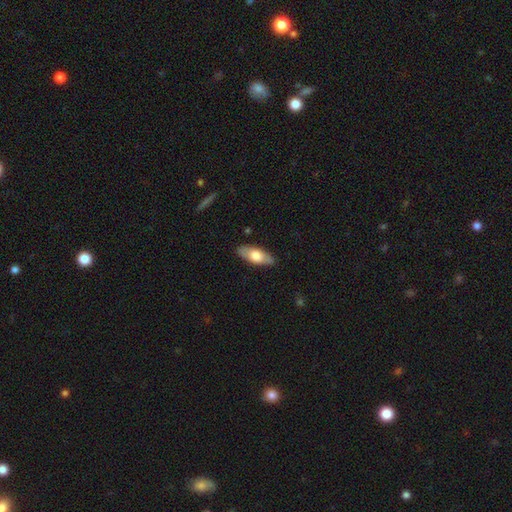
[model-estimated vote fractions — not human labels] Morphology: type=smooth (60%); roundness=in between (78%); merging=none (84%).